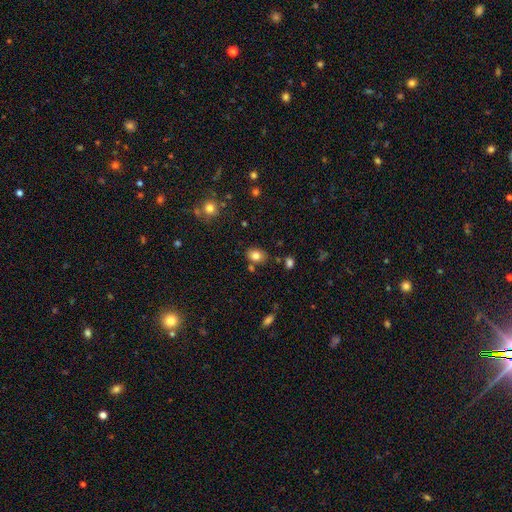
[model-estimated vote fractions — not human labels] A smooth galaxy with no disk features (81%) that is in between round and cigar-shaped (74%).

Vote fractions:
- Smooth or featured? smooth: 81% / star or artifact: 10% / featured or disk: 9%
- How rounded? in between: 74% / round: 25% / cigar-shaped: 1%
- Merging? none: 78% / minor disturbance: 13% / merger: 6% / major disturbance: 3%